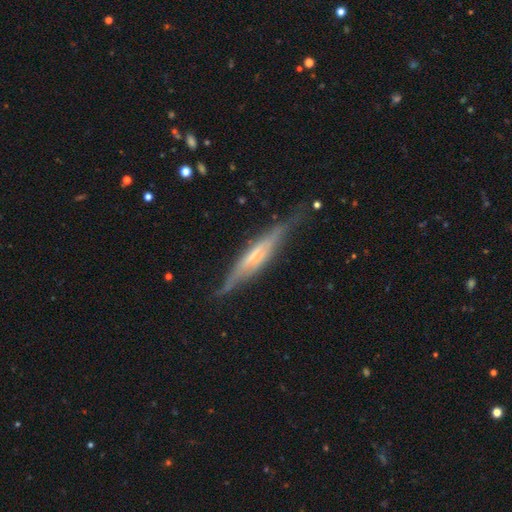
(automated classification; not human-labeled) smooth-or-featured: featured or disk: 72% | smooth: 21% | star or artifact: 7%
  disk-edge-on: yes: 95% | no: 5%
    edge-on-bulge: boxy: 39% | none: 32% | rounded: 30%
  merging: none: 77% | minor disturbance: 17% | major disturbance: 4% | merger: 2%